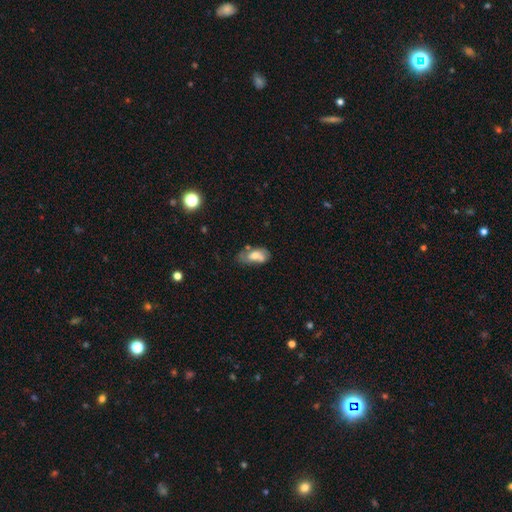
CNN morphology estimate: smooth 56%, featured or disk 36%, star or artifact 8%. Down the decision tree: how rounded — in between (88%); merging — none (40%).